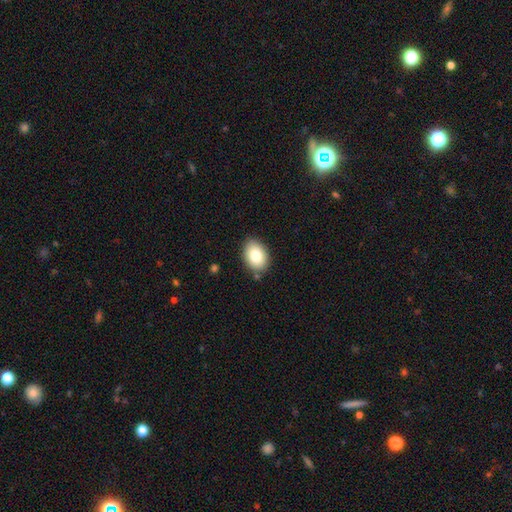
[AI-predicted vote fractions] Smooth or featured: smooth — 81% (featured or disk — 11%)
How rounded: in between — 79% (round — 20%)
Merging: none — 84% (minor disturbance — 12%)